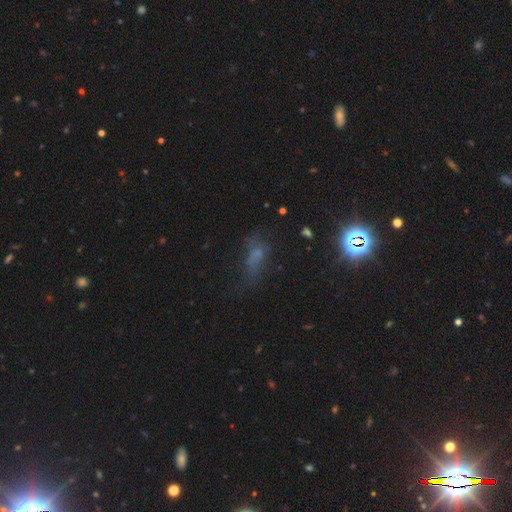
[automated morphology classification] Overall: smooth (42%; star or artifact 33%). Merging: none (40%; major disturbance 29%).